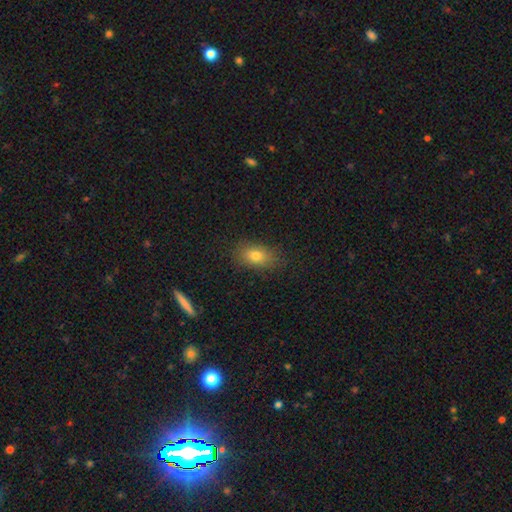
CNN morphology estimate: A smooth galaxy with no disk features (78%) that is in between round and cigar-shaped (81%).

Vote fractions:
- Smooth or featured? smooth: 78% / featured or disk: 11% / star or artifact: 11%
- How rounded? in between: 81% / round: 16% / cigar-shaped: 3%
- Merging? none: 84% / minor disturbance: 12% / major disturbance: 3% / merger: 1%